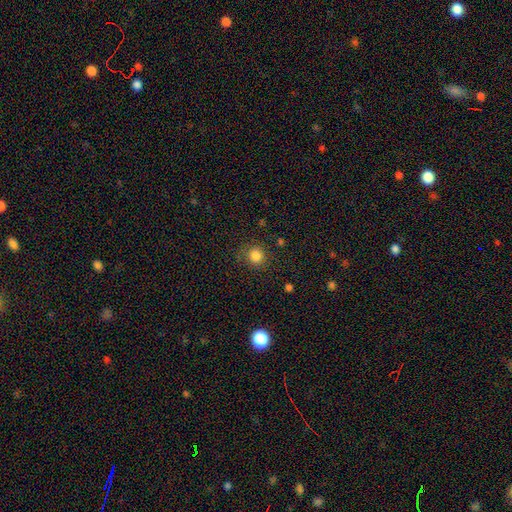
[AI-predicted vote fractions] A smooth galaxy with no disk features (83%) that is round (89%). Merging: none (84%).